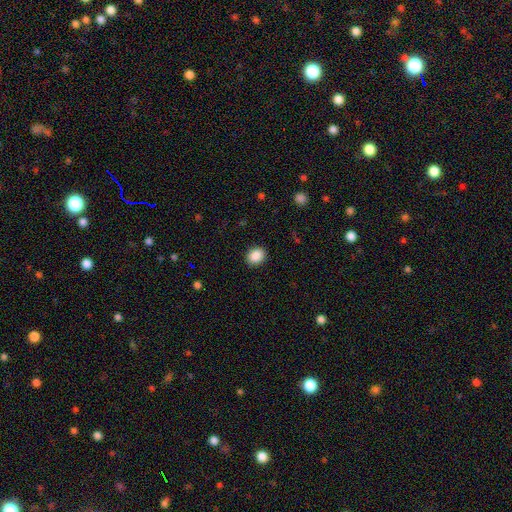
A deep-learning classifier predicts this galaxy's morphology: smooth 88%, star or artifact 8%, featured or disk 3%. Down the decision tree: how rounded — round (54%); merging — none (90%).